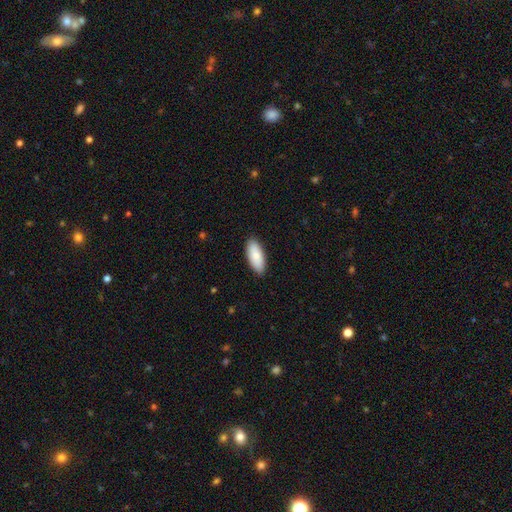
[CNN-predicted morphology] Smooth or featured? Predicted: smooth (p=0.87). How rounded? Predicted: in between (p=0.82). Merging? Predicted: none (p=0.88).